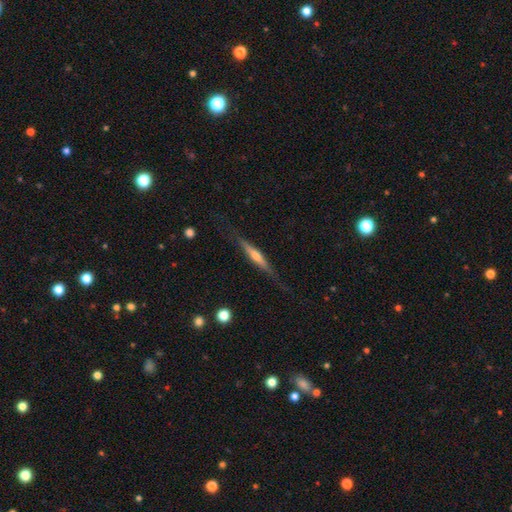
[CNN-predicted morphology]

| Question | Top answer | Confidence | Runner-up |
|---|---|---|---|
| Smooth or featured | featured or disk | 68% | smooth (26%) |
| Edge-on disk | yes | 96% | no (4%) |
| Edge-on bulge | rounded | 70% | none (20%) |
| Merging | none | 80% | minor disturbance (15%) |